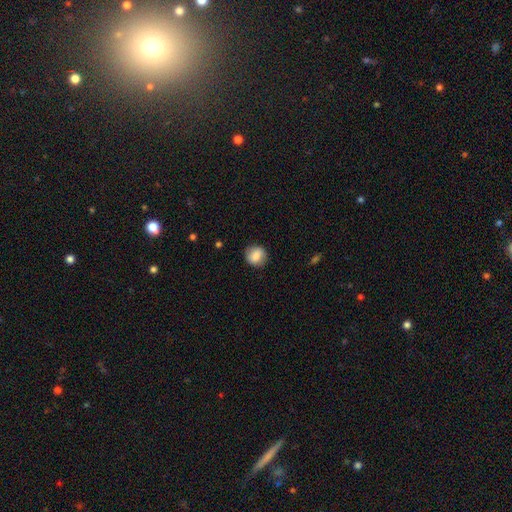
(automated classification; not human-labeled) A smooth galaxy with no disk features (83%) that is round (86%).

Vote fractions:
- Smooth or featured? smooth: 83% / featured or disk: 9% / star or artifact: 8%
- How rounded? round: 86% / in between: 13% / cigar-shaped: 1%
- Merging? none: 87% / minor disturbance: 10% / major disturbance: 3% / merger: 1%